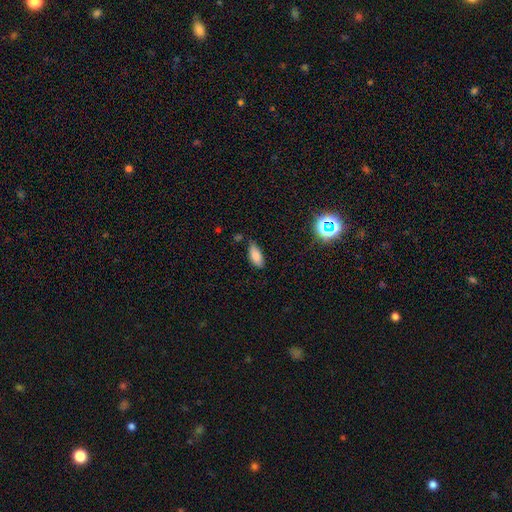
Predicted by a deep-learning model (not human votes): A smooth galaxy with no disk features (82%) that is in between round and cigar-shaped (83%).

Vote fractions:
- Smooth or featured? smooth: 82% / star or artifact: 10% / featured or disk: 8%
- How rounded? in between: 83% / cigar-shaped: 15% / round: 3%
- Merging? none: 71% / minor disturbance: 22% / major disturbance: 4% / merger: 3%